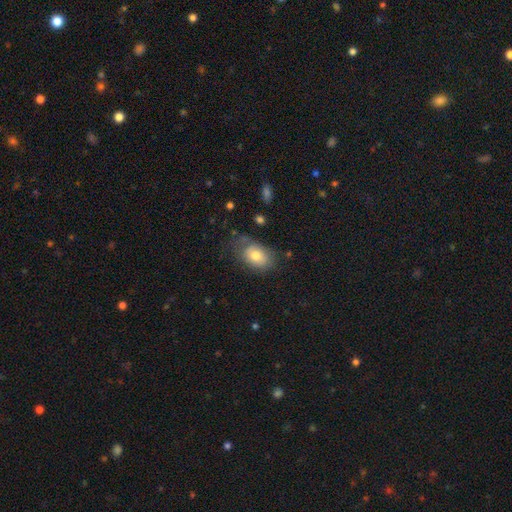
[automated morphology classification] Smooth or featured? smooth (72%)
How rounded? in between (84%)
Merging? none (57%)